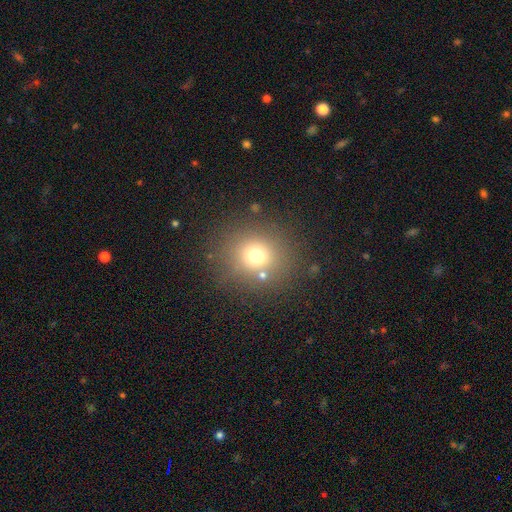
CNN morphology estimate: Q: Smooth or featured?
A: smooth (70%); runner-up: star or artifact (19%)
Q: How rounded?
A: round (86%); runner-up: in between (13%)
Q: Merging?
A: none (81%); runner-up: minor disturbance (9%)